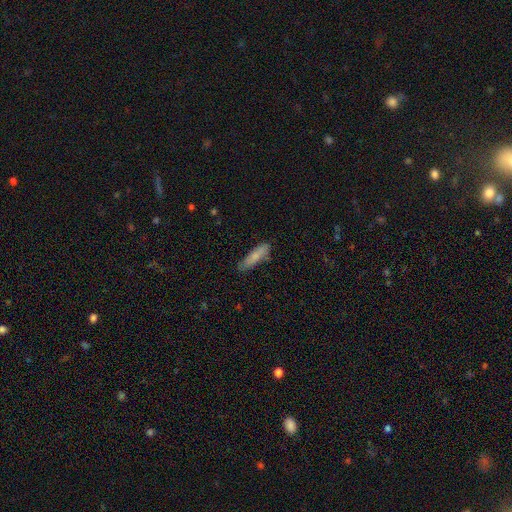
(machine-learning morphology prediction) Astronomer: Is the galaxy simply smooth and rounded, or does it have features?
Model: smooth — 77%.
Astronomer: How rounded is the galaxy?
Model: cigar-shaped — 75%.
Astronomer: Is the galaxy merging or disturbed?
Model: none — 79%.